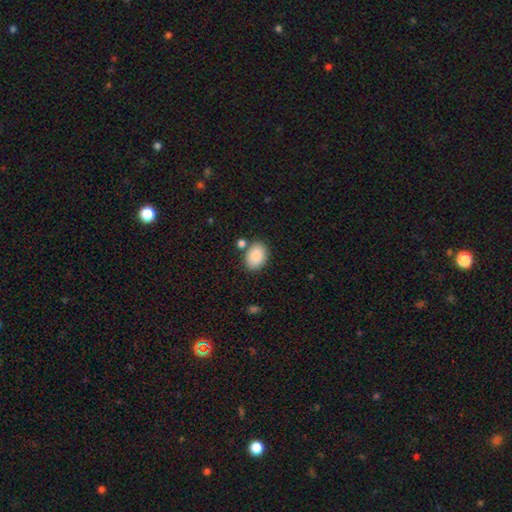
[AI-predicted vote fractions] Smooth or featured?
  - smooth: 87% *
  - star or artifact: 7%
  - featured or disk: 6%
How rounded?
  - in between: 81% *
  - round: 18%
  - cigar-shaped: 1%
Merging?
  - none: 78% *
  - minor disturbance: 11%
  - merger: 8%
  - major disturbance: 3%